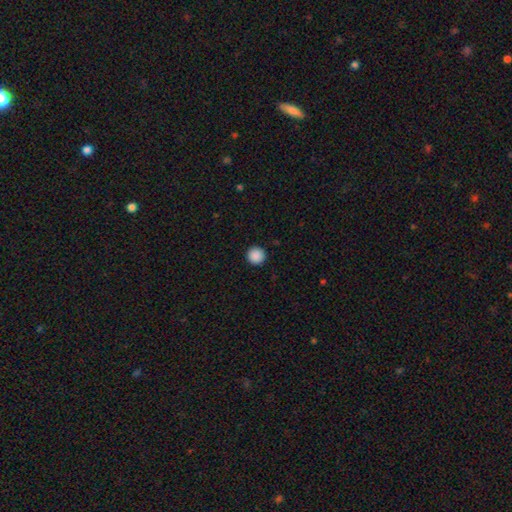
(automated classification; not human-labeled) smooth_or_featured: smooth (p=0.89) [alt: star or artifact p=0.09]
how_rounded: round (p=0.96) [alt: in between p=0.03]
merging: none (p=0.93) [alt: minor disturbance p=0.04]